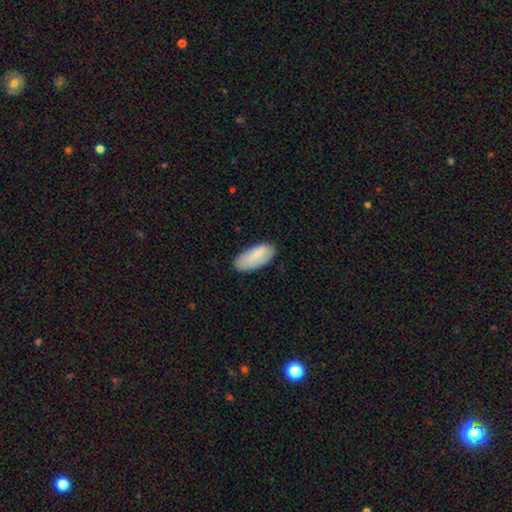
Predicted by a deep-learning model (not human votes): smooth_or_featured: smooth (p=0.79) [alt: featured or disk p=0.15]
how_rounded: in between (p=0.86) [alt: cigar-shaped p=0.13]
merging: none (p=0.79) [alt: minor disturbance p=0.17]